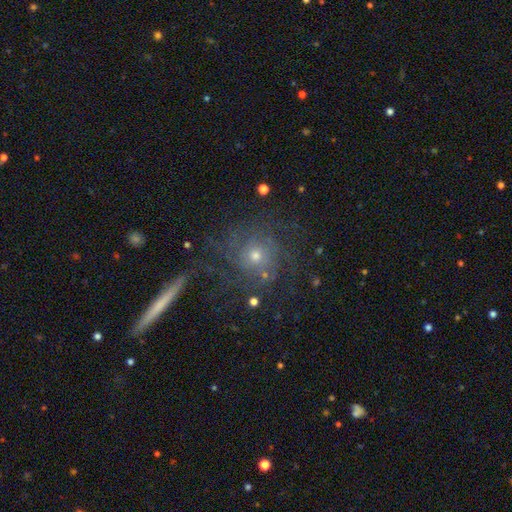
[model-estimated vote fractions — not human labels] smooth-or-featured: featured or disk: 59% | smooth: 24% | star or artifact: 17%
  disk-edge-on: no: 93% | yes: 7%
    bar: no: 83% | weak: 13% | strong: 4%
    has-spiral-arms: yes: 79% | no: 21%
    bulge-size: small: 49% | moderate: 44% | large: 4% | none: 2% | dominant: 2%
  merging: none: 68% | minor disturbance: 14% | major disturbance: 14% | merger: 4%